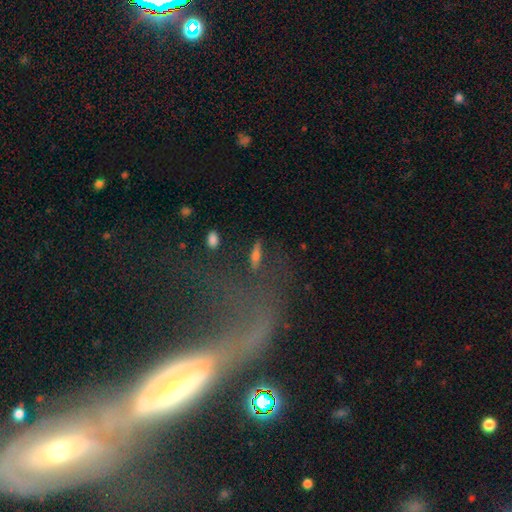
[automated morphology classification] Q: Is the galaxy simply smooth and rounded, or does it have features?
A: smooth — 54%.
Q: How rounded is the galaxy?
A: cigar-shaped — 54%.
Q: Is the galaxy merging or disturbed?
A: none — 74%.